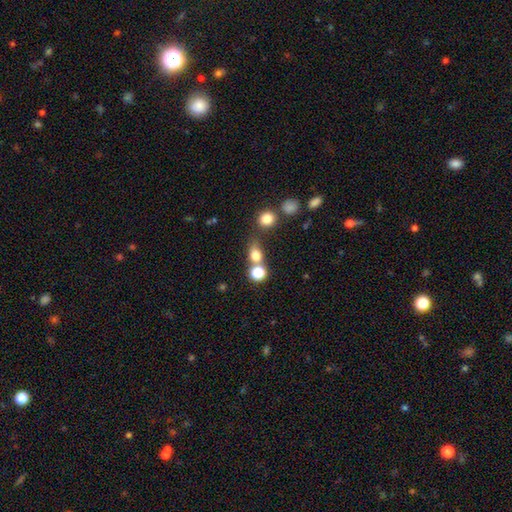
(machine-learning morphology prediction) This is likely a smooth galaxy (72%). How rounded: likely round (62%). Merging: possibly none (49%).